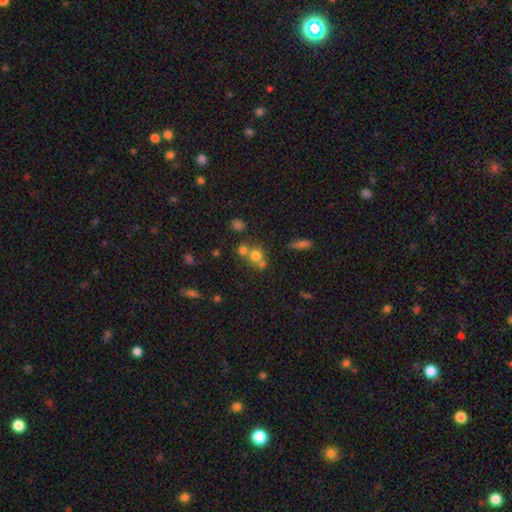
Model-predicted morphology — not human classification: The model was most divided on "merging": none: 46%, merger: 42%, minor disturbance: 8%, major disturbance: 4%. More confident: how rounded — round (84%); smooth or featured — smooth (70%).